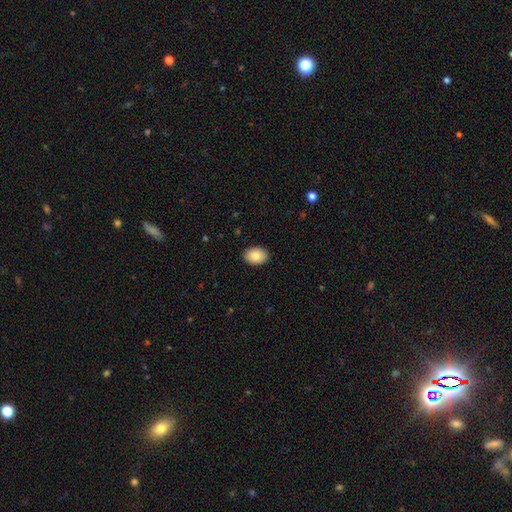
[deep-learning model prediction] This appears to be a smooth galaxy with no disk features (87%) that is in between round and cigar-shaped (82%). Merging: none (90%).